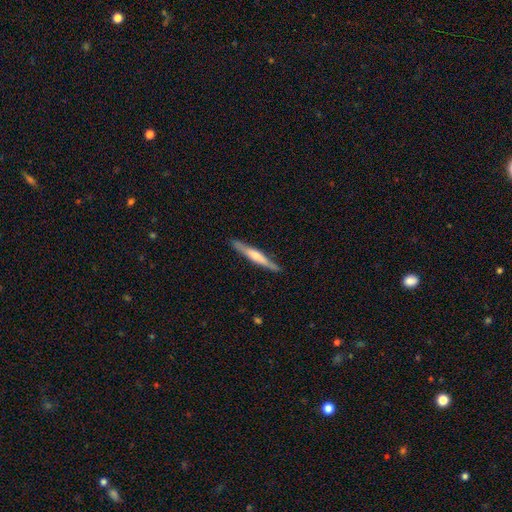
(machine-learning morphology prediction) smooth_or_featured: featured or disk (p=0.60) [alt: smooth p=0.35]
disk_edge_on: yes (p=0.96) [alt: no p=0.04]
edge_on_bulge: rounded (p=0.65) [alt: none p=0.18]
merging: none (p=0.88) [alt: minor disturbance p=0.09]